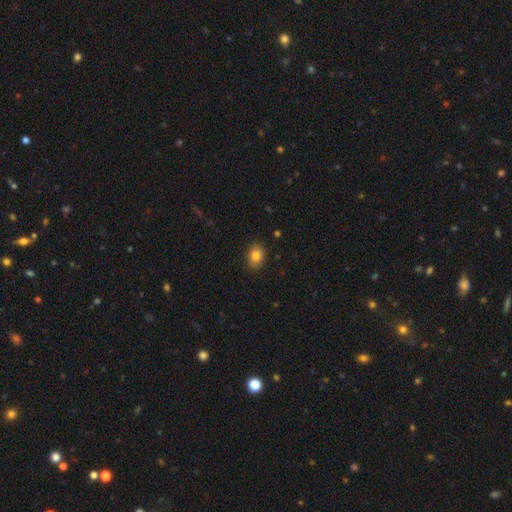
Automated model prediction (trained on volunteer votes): This is clearly a smooth galaxy (83%). How rounded: likely in between (74%). Merging: clearly none (86%).